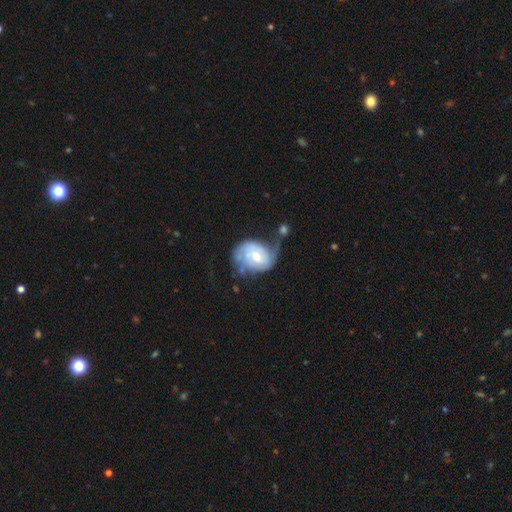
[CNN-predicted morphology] The model was most divided on "merging": major disturbance: 31%, none: 30%, minor disturbance: 27%, merger: 11%. More confident: edge-on disk — no (97%); spiral arms — yes (77%); smooth or featured — featured or disk (63%); bar — no (58%); bulge size — moderate (55%).